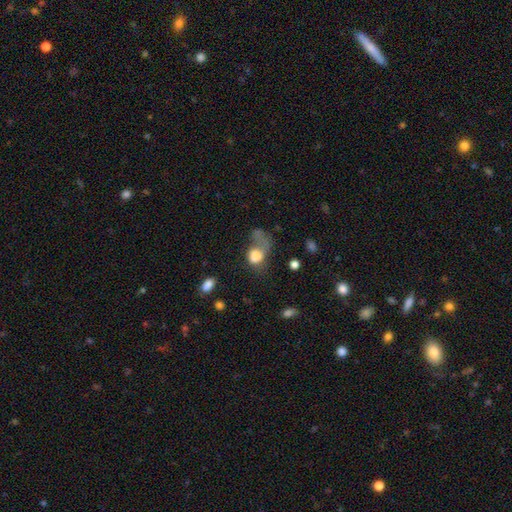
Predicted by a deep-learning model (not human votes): This appears to be a smooth galaxy with no disk features (69%) that is in between round and cigar-shaped (56%). Merging: major disturbance (53%).